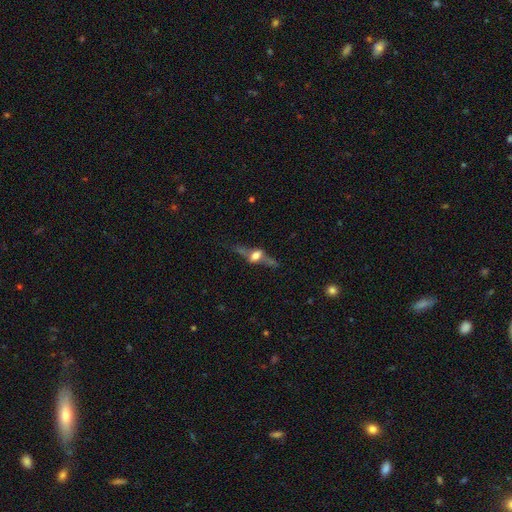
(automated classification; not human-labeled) Morphology: type=featured or disk (68%); edge-on=yes (83%); edge-on bulge=rounded (91%); merging=none (61%).